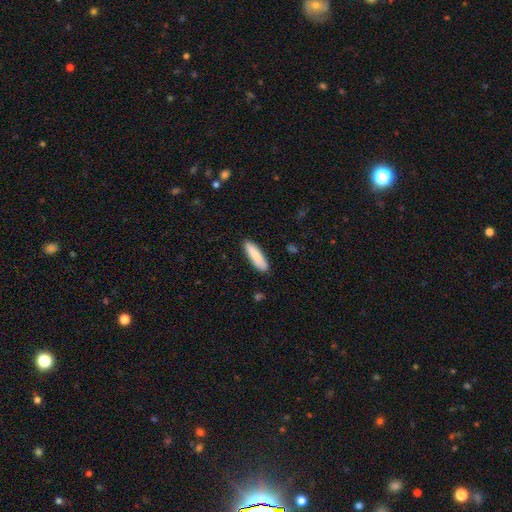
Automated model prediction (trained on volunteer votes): Q: Smooth or featured?
A: smooth (82%); runner-up: featured or disk (12%)
Q: How rounded?
A: cigar-shaped (60%); runner-up: in between (39%)
Q: Merging?
A: none (87%); runner-up: minor disturbance (10%)